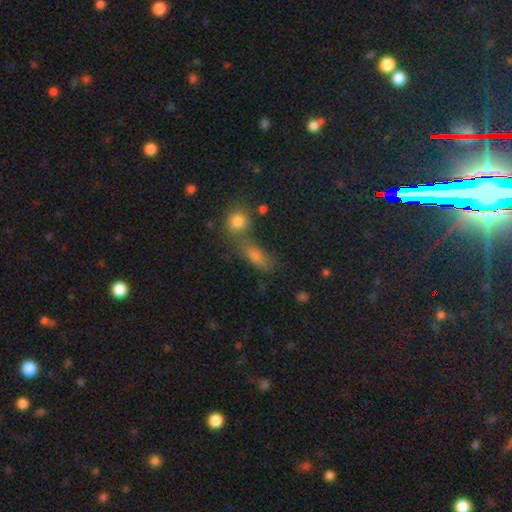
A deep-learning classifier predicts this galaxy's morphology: A smooth galaxy with no disk features (76%) that is in between round and cigar-shaped (63%).

Vote fractions:
- Smooth or featured? smooth: 76% / star or artifact: 14% / featured or disk: 10%
- How rounded? in between: 63% / cigar-shaped: 24% / round: 13%
- Merging? none: 48% / merger: 31% / minor disturbance: 13% / major disturbance: 7%